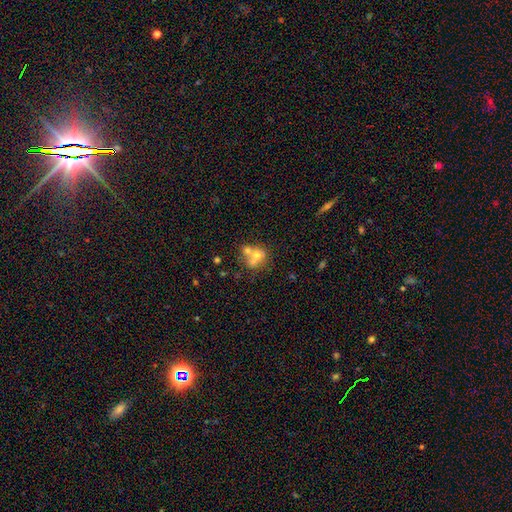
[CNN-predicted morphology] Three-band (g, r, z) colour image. It shows a smooth galaxy with no disk features (59%) that is round (66%). Merging: merger (59%).